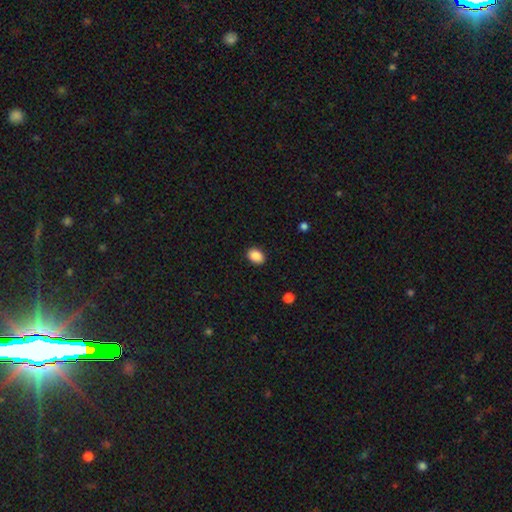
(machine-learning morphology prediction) smooth 89%, star or artifact 8%, featured or disk 3%. Down the decision tree: how rounded — in between (74%); merging — none (89%).